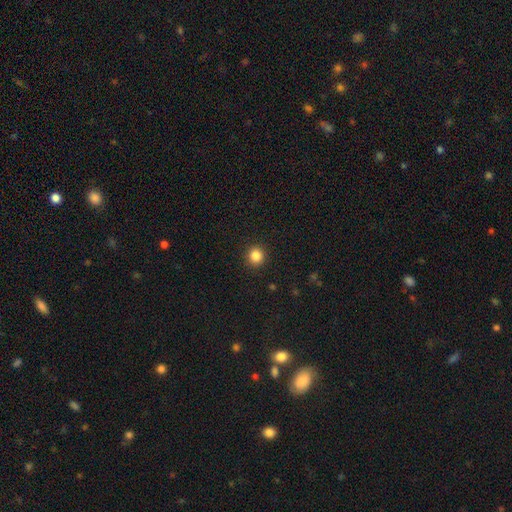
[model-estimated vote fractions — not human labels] This appears to be a smooth galaxy with no disk features (85%) that is round (91%). Merging: none (92%).